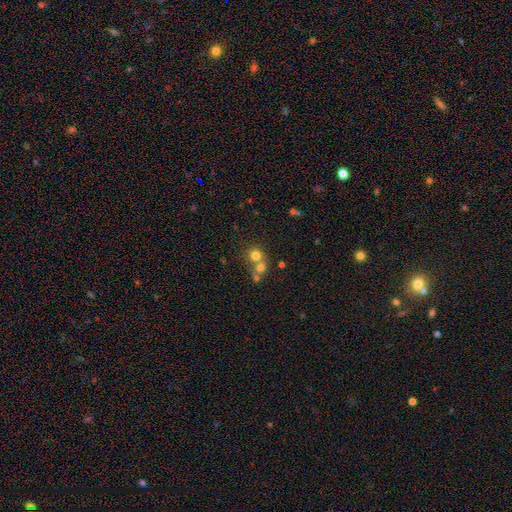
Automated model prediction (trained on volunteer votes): A smooth galaxy with no disk features (70%) that is round (85%).

Vote fractions:
- Smooth or featured? smooth: 70% / star or artifact: 16% / featured or disk: 14%
- How rounded? round: 85% / in between: 14% / cigar-shaped: 1%
- Merging? merger: 51% / none: 41% / minor disturbance: 5% / major disturbance: 3%